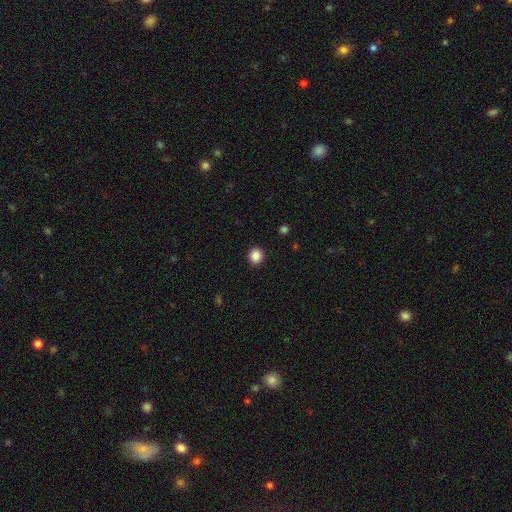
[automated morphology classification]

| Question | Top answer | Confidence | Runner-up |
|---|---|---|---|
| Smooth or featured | smooth | 87% | star or artifact (10%) |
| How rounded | round | 89% | in between (10%) |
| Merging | none | 92% | minor disturbance (5%) |